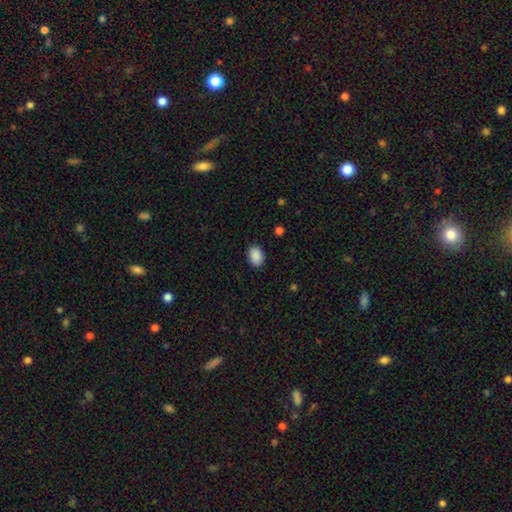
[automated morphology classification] smooth 90%, star or artifact 7%, featured or disk 3%. Down the decision tree: how rounded — in between (82%); merging — none (87%).